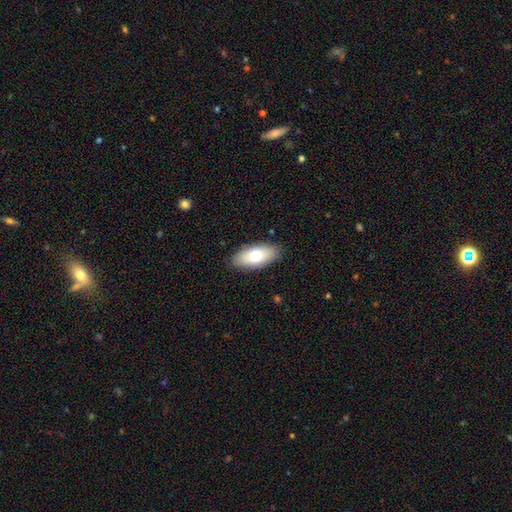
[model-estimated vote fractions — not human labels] Overall: smooth (72%). How rounded: in between (90%). Merging: none (88%).